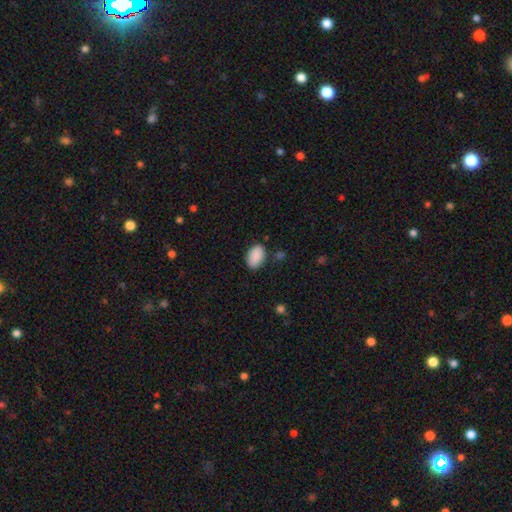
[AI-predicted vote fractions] This is clearly a smooth galaxy (90%). How rounded: clearly in between (90%). Merging: clearly none (81%).